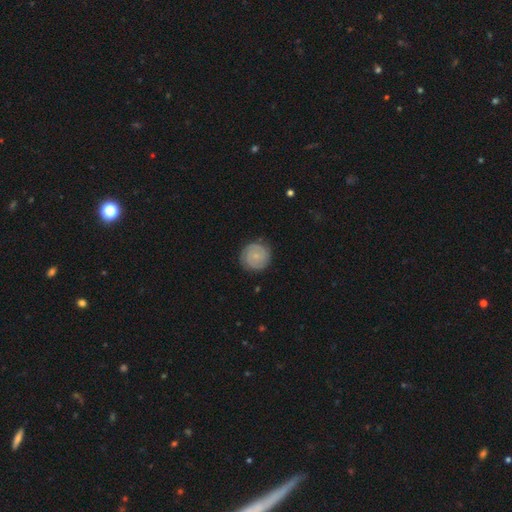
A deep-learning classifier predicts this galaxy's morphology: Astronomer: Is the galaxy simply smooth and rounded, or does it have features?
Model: featured or disk — 59%.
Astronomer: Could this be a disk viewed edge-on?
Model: no — 98%.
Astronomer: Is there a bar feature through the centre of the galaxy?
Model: no — 73%.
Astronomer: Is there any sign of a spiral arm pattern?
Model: yes — 89%.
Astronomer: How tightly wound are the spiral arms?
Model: tight — 73%.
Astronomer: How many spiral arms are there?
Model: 2 — 53%.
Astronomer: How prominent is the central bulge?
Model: small — 75%.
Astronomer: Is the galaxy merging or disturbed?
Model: none — 83%.